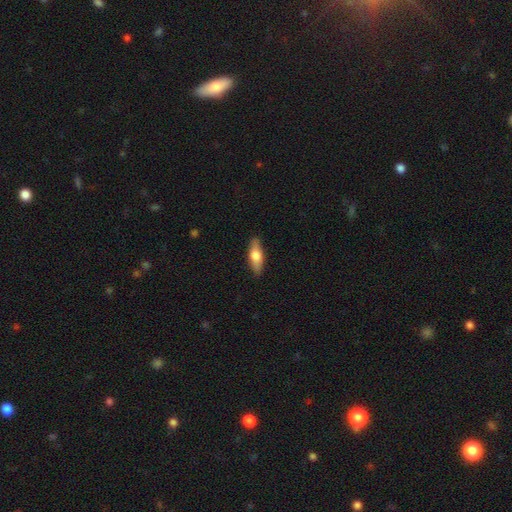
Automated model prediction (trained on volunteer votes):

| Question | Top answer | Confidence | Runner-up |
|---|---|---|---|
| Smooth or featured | smooth | 60% | featured or disk (35%) |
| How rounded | in between | 55% | cigar-shaped (42%) |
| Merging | none | 87% | minor disturbance (10%) |